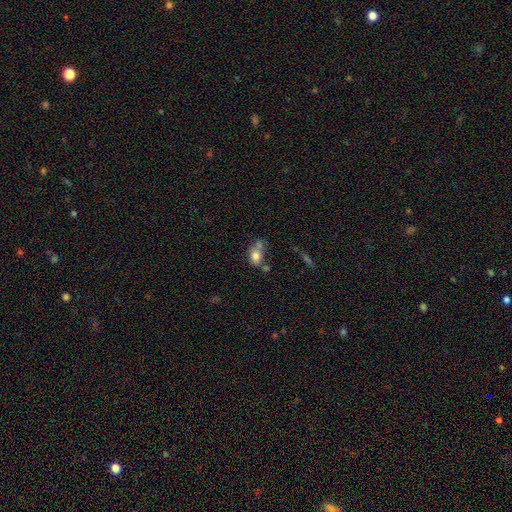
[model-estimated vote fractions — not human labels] Smooth or featured? Predicted: smooth (p=0.75). How rounded? Predicted: in between (p=0.70). Merging? Predicted: none (p=0.38).